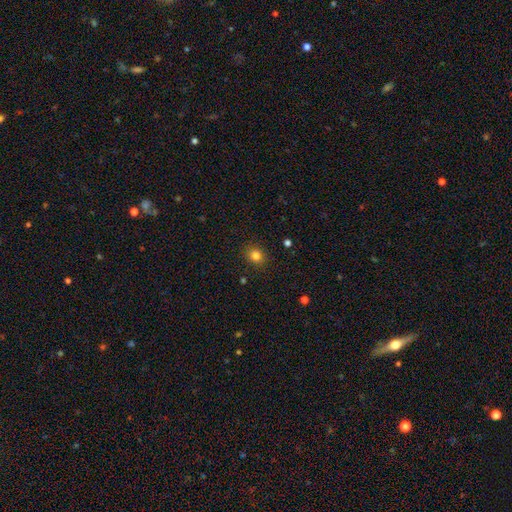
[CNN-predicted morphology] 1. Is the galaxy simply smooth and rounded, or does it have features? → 82% smooth, 13% star or artifact, 5% featured or disk.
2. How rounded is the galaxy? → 75% round, 24% in between, 1% cigar-shaped.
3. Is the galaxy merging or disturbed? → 89% none, 8% minor disturbance, 2% major disturbance, 1% merger.